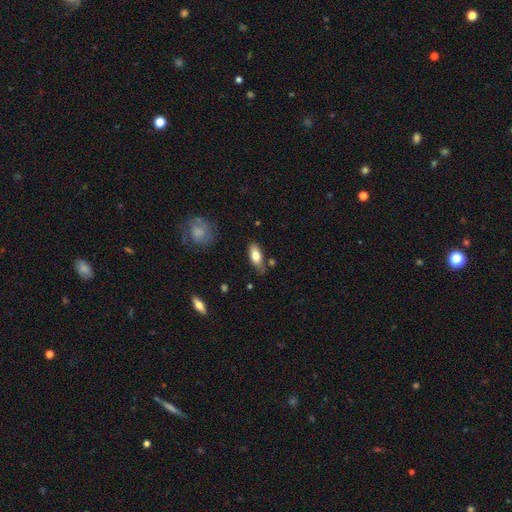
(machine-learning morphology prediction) Q: Smooth or featured?
A: smooth (77%); runner-up: featured or disk (16%)
Q: How rounded?
A: in between (83%); runner-up: cigar-shaped (15%)
Q: Merging?
A: none (69%); runner-up: minor disturbance (22%)